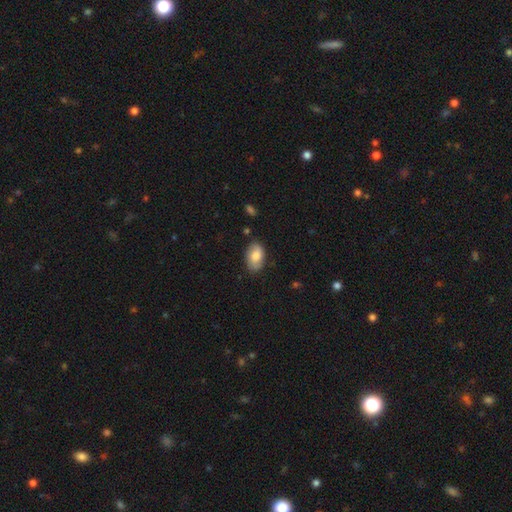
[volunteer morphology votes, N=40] Q: Smooth or featured?
A: smooth (75%); runner-up: featured or disk (25%)
Q: How rounded?
A: in between (87%); runner-up: round (7%)
Q: Merging?
A: none (80%); runner-up: minor disturbance (18%)